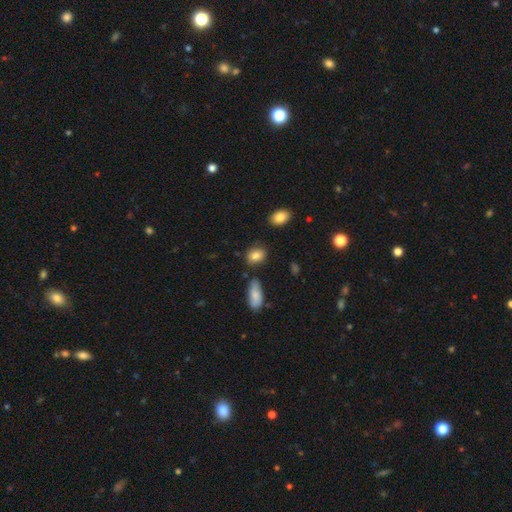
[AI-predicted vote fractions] Q: Smooth or featured?
A: smooth (83%); runner-up: star or artifact (9%)
Q: How rounded?
A: in between (67%); runner-up: round (31%)
Q: Merging?
A: none (78%); runner-up: minor disturbance (15%)